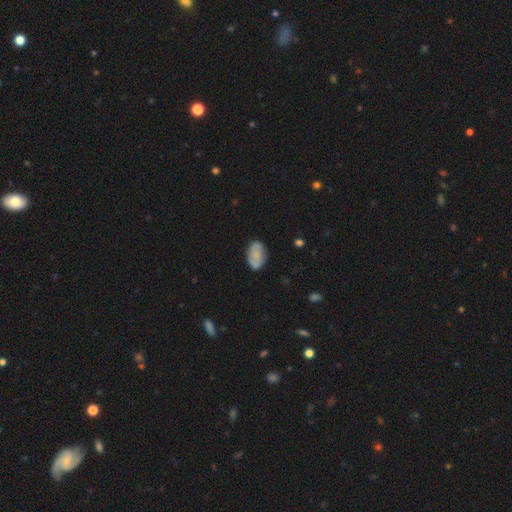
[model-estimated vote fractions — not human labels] Smooth or featured? Predicted: smooth (p=0.68). How rounded? Predicted: in between (p=0.92). Merging? Predicted: none (p=0.75).